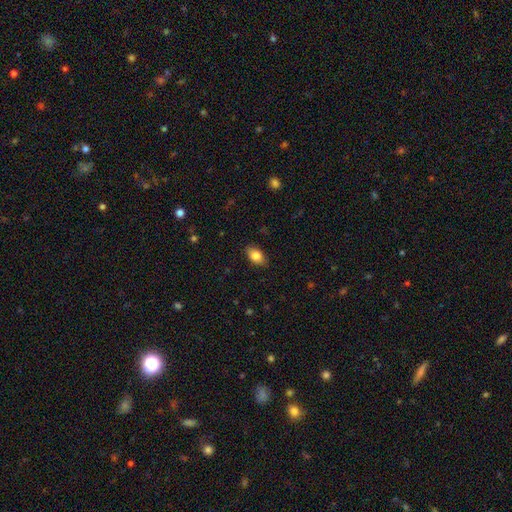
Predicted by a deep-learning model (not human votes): smooth-or-featured: smooth: 83% | featured or disk: 10% | star or artifact: 8%
  how-rounded: in between: 89% | round: 8% | cigar-shaped: 2%
  merging: none: 86% | minor disturbance: 11% | major disturbance: 2% | merger: 1%